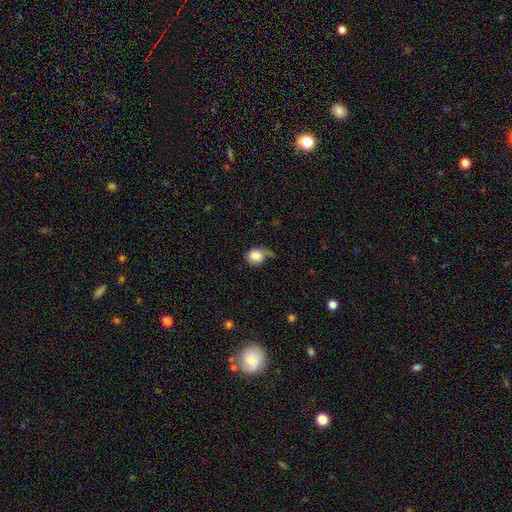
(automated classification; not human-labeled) A smooth galaxy with no disk features (81%) that is round (65%).

Vote fractions:
- Smooth or featured? smooth: 81% / featured or disk: 11% / star or artifact: 8%
- How rounded? round: 65% / in between: 34% / cigar-shaped: 1%
- Merging? none: 40% / minor disturbance: 33% / major disturbance: 22% / merger: 5%